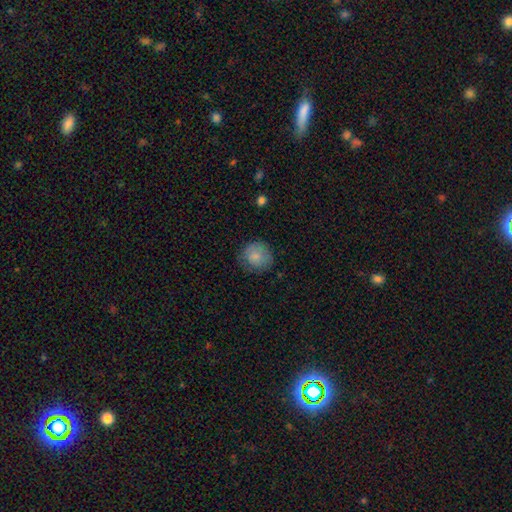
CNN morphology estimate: This is clearly a smooth galaxy (82%). How rounded: clearly round (88%). Merging: likely none (76%).